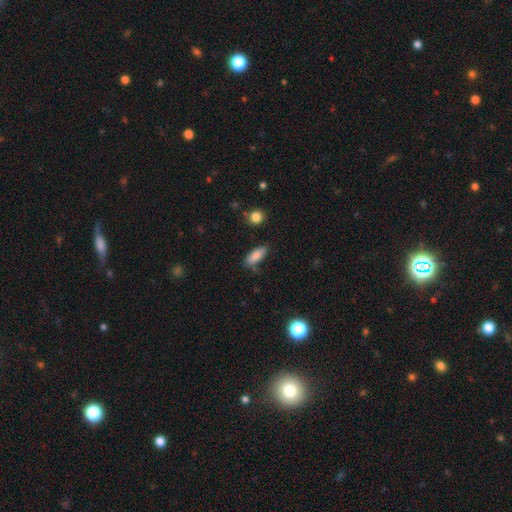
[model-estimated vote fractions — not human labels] A smooth galaxy with no disk features (83%) that is in between round and cigar-shaped (76%).

Vote fractions:
- Smooth or featured? smooth: 83% / featured or disk: 9% / star or artifact: 8%
- How rounded? in between: 76% / cigar-shaped: 22% / round: 3%
- Merging? none: 72% / minor disturbance: 20% / major disturbance: 5% / merger: 4%